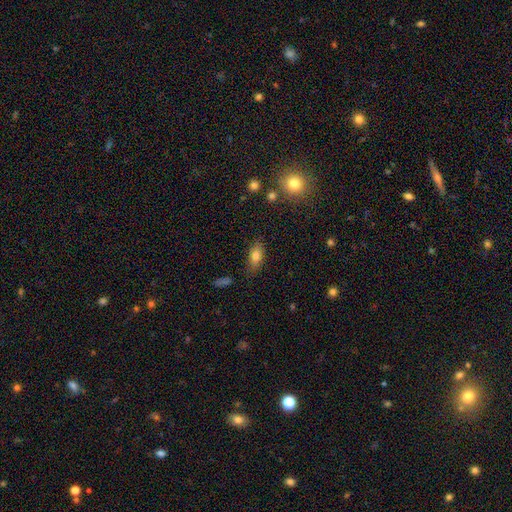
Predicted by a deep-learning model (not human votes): A smooth galaxy with no disk features (77%) that is in between round and cigar-shaped (82%).

Vote fractions:
- Smooth or featured? smooth: 77% / featured or disk: 14% / star or artifact: 10%
- How rounded? in between: 82% / cigar-shaped: 12% / round: 6%
- Merging? none: 79% / minor disturbance: 15% / major disturbance: 4% / merger: 3%